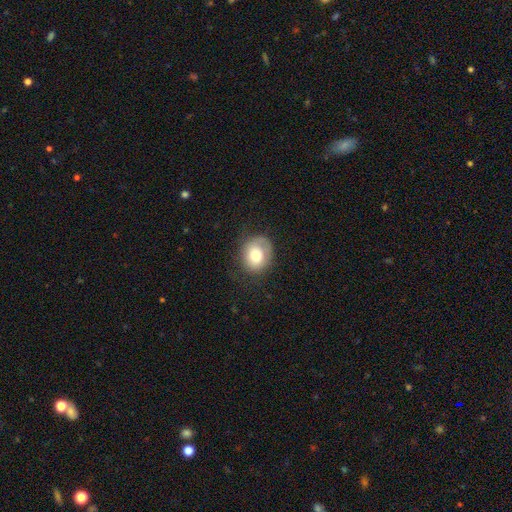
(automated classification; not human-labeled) smooth 72%, featured or disk 20%, star or artifact 8%. Down the decision tree: how rounded — round (62%); merging — none (67%).